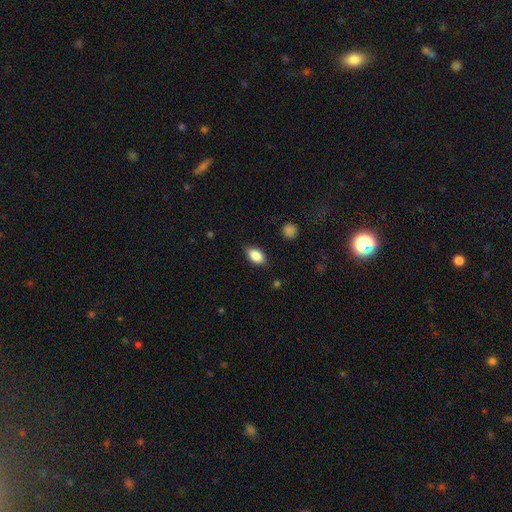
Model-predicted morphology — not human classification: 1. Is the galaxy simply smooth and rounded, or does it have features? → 84% smooth, 8% featured or disk, 8% star or artifact.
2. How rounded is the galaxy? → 89% in between, 6% round, 4% cigar-shaped.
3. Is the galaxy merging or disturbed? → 83% none, 13% minor disturbance, 3% major disturbance, 1% merger.